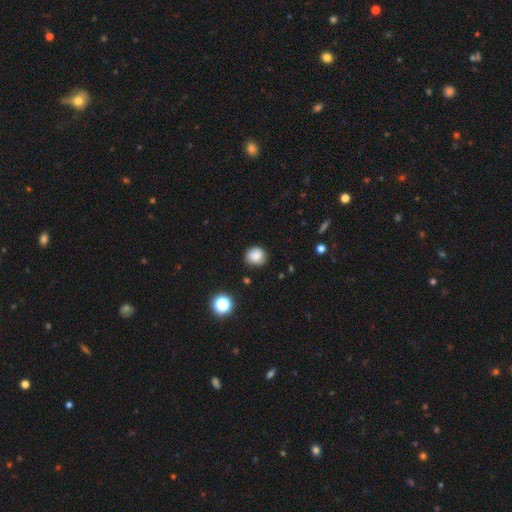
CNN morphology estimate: Overall: smooth (82%). How rounded: round (84%). Merging: none (83%).